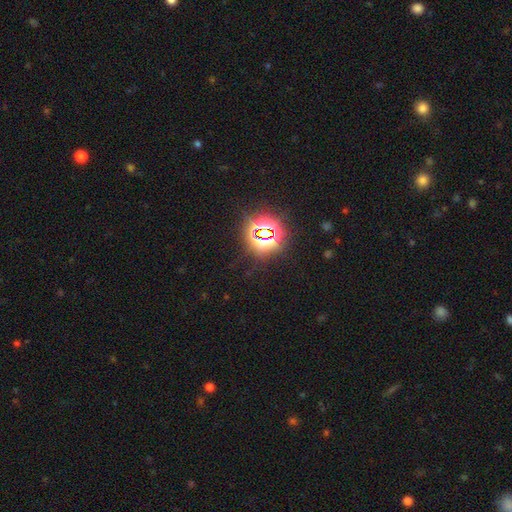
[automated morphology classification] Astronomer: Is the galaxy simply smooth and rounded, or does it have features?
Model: star or artifact — 80%.